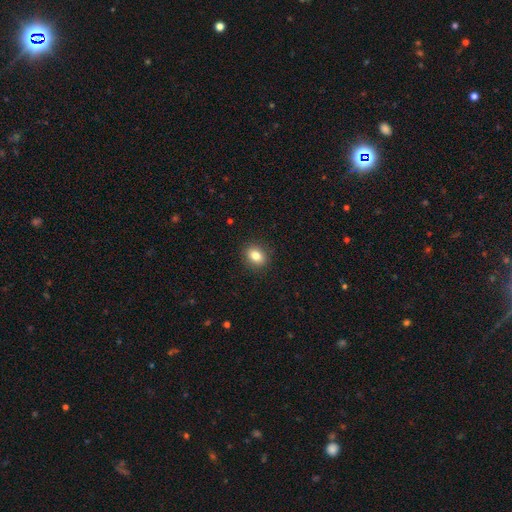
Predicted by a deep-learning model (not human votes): Morphology: type=smooth (83%); roundness=in between (53%); merging=none (90%).